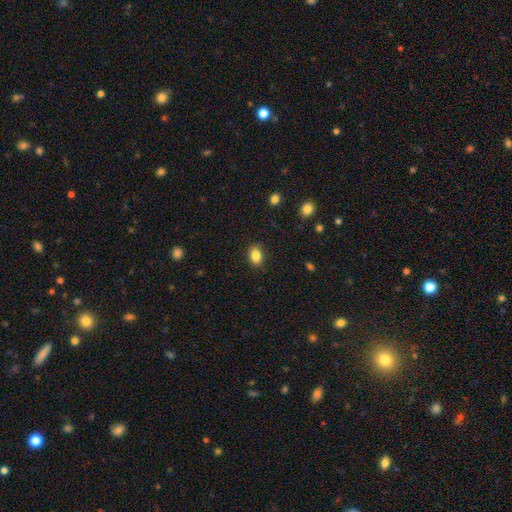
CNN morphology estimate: This is clearly a smooth galaxy (85%). How rounded: likely in between (76%). Merging: clearly none (86%).